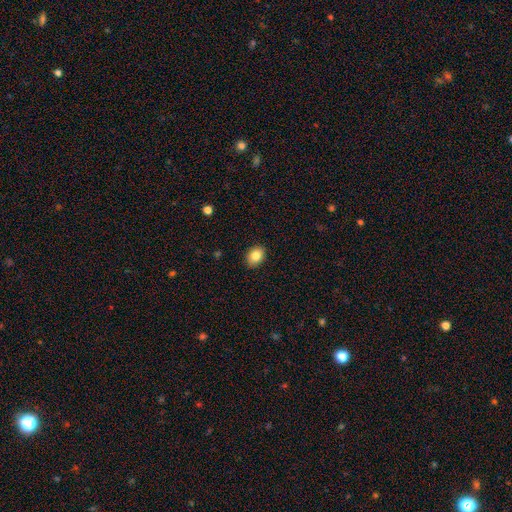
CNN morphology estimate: This appears to be a smooth galaxy with no disk features (84%) that is in between round and cigar-shaped (63%). Merging: none (89%).